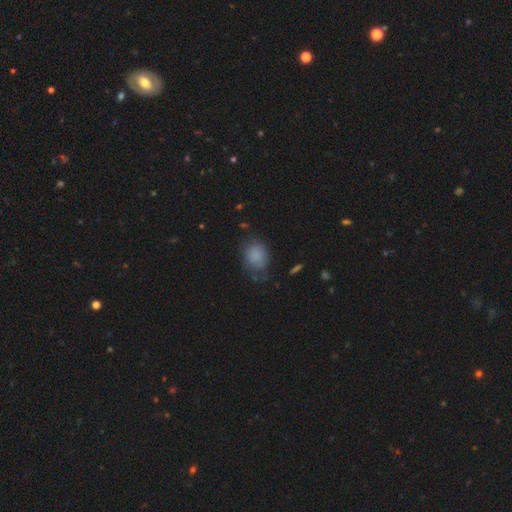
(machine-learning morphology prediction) smooth_or_featured: smooth (p=0.84) [alt: star or artifact p=0.09]
how_rounded: in between (p=0.49) [tied with: round p=0.49]
merging: none (p=0.65) [alt: minor disturbance p=0.24]